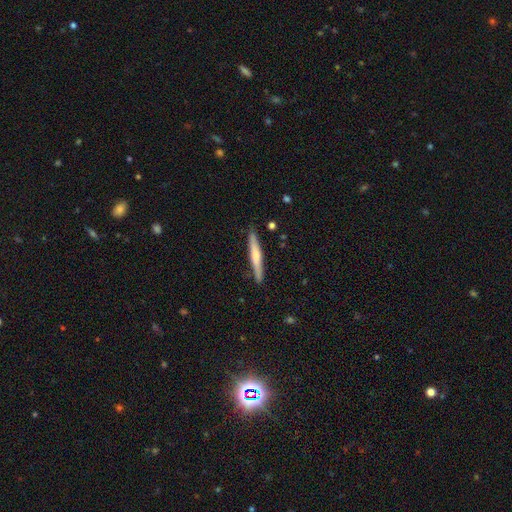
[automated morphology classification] A smooth galaxy with no disk features (50%) that is cigar-shaped (95%).

Vote fractions:
- Smooth or featured? smooth: 50% / featured or disk: 44% / star or artifact: 6%
- How rounded? cigar-shaped: 95% / in between: 4% / round: 1%
- Merging? none: 87% / minor disturbance: 9% / major disturbance: 2% / merger: 2%